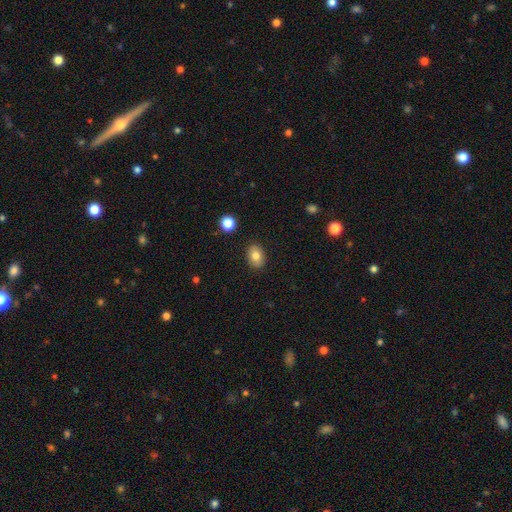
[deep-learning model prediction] Q: Smooth or featured?
A: smooth (81%); runner-up: featured or disk (11%)
Q: How rounded?
A: in between (76%); runner-up: round (23%)
Q: Merging?
A: none (88%); runner-up: minor disturbance (9%)